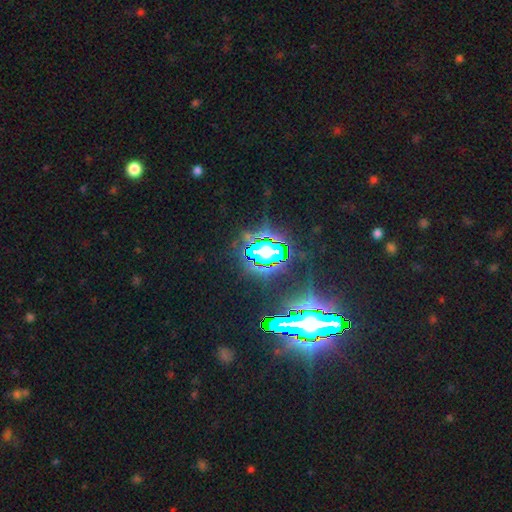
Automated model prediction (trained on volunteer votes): A star or artifact, not a galaxy (82%).